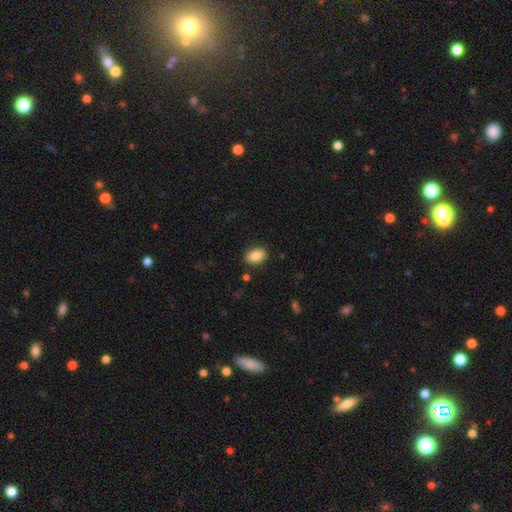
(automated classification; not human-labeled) smooth-or-featured: smooth: 86% | star or artifact: 8% | featured or disk: 7%
  how-rounded: in between: 83% | round: 16% | cigar-shaped: 2%
  merging: none: 87% | minor disturbance: 9% | major disturbance: 2% | merger: 2%